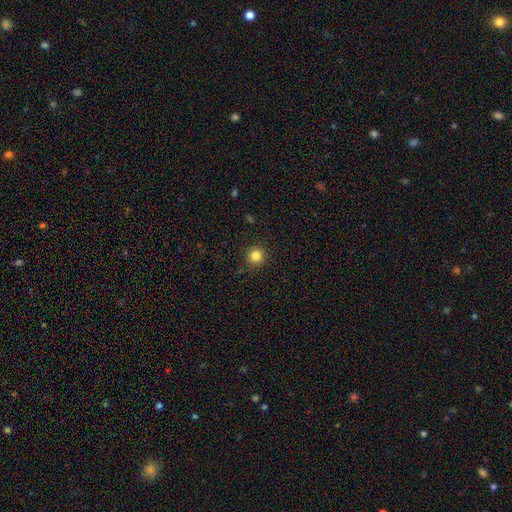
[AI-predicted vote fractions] Q: Smooth or featured?
A: smooth (83%); runner-up: star or artifact (12%)
Q: How rounded?
A: round (94%); runner-up: in between (5%)
Q: Merging?
A: none (91%); runner-up: minor disturbance (6%)